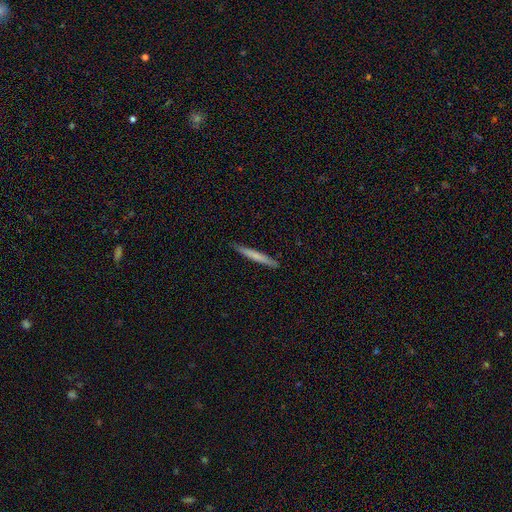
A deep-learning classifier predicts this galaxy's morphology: Smooth or featured? Predicted: smooth (p=0.65). How rounded? Predicted: cigar-shaped (p=0.96). Merging? Predicted: none (p=0.91).